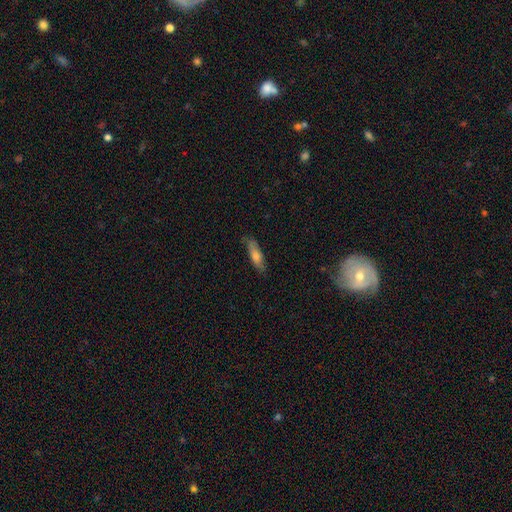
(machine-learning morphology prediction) A smooth galaxy with no disk features (60%) that is cigar-shaped (66%). Merging: none (76%).